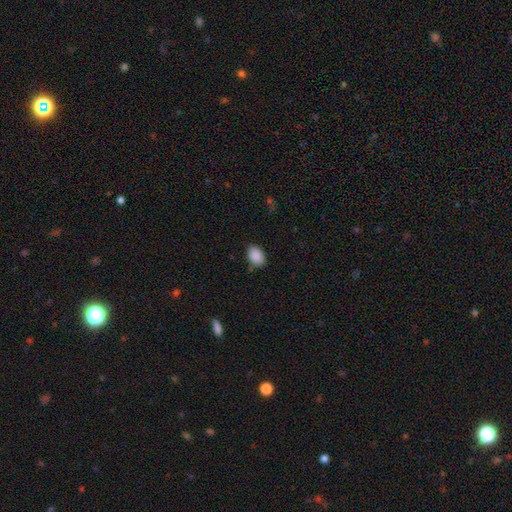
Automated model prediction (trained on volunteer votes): Overall: smooth (89%). How rounded: in between (81%). Merging: none (81%).